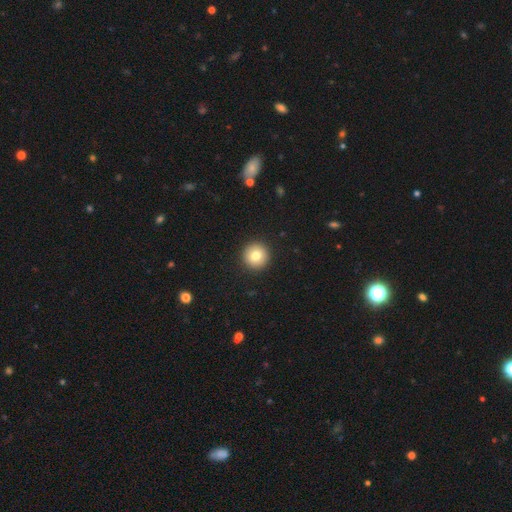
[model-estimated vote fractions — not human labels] A smooth galaxy with no disk features (79%) that is round (96%).

Vote fractions:
- Smooth or featured? smooth: 79% / featured or disk: 11% / star or artifact: 10%
- How rounded? round: 96% / in between: 3% / cigar-shaped: 1%
- Merging? none: 93% / minor disturbance: 4% / major disturbance: 2% / merger: 1%